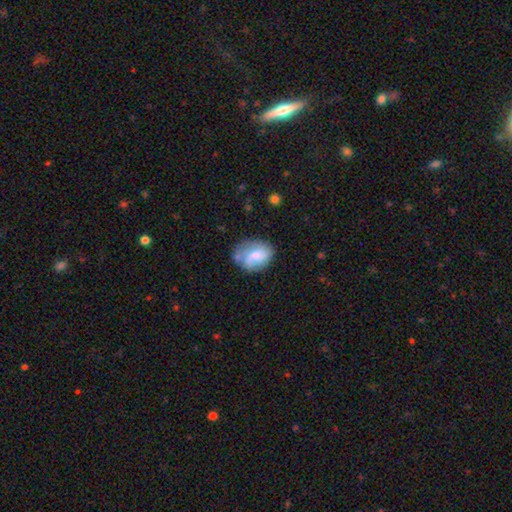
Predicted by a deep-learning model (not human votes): The model was most divided on "merging": none: 51%, minor disturbance: 29%, major disturbance: 12%, merger: 8%. More confident: how rounded — in between (67%); smooth or featured — smooth (64%).